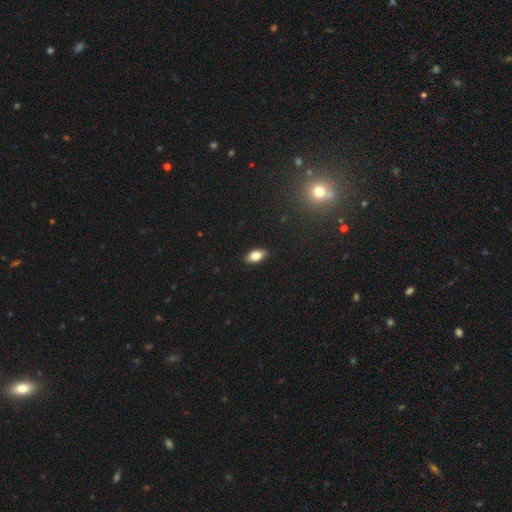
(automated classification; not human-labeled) Q: Smooth or featured?
A: smooth (73%); runner-up: featured or disk (19%)
Q: How rounded?
A: in between (86%); runner-up: cigar-shaped (10%)
Q: Merging?
A: none (90%); runner-up: minor disturbance (8%)